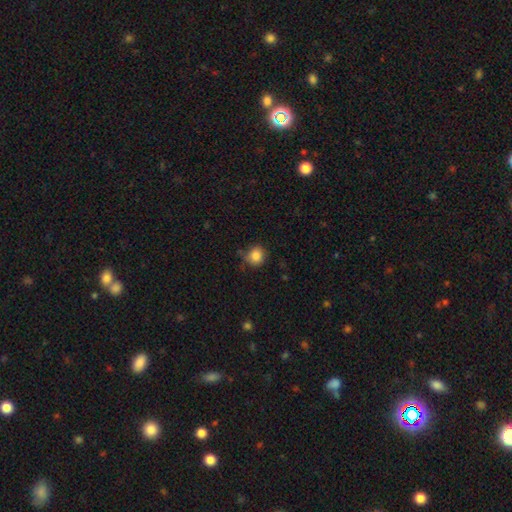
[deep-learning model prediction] A smooth galaxy with no disk features (85%) that is round (85%).

Vote fractions:
- Smooth or featured? smooth: 85% / star or artifact: 10% / featured or disk: 5%
- How rounded? round: 85% / in between: 14% / cigar-shaped: 1%
- Merging? none: 75% / minor disturbance: 18% / major disturbance: 4% / merger: 3%